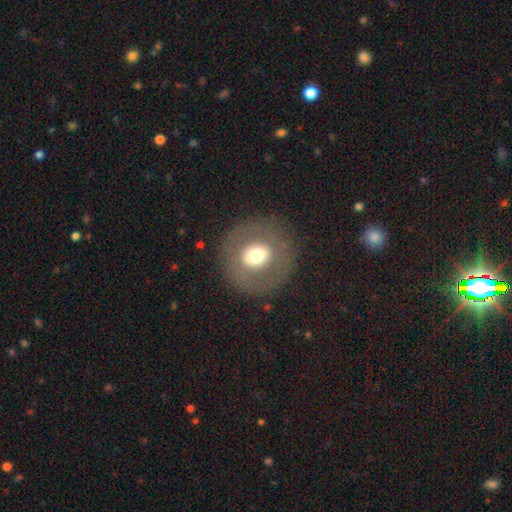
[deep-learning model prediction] Smooth or featured?
  - smooth: 55% *
  - featured or disk: 35%
  - star or artifact: 10%
How rounded?
  - round: 90% *
  - in between: 8%
  - cigar-shaped: 1%
Merging?
  - none: 83% *
  - minor disturbance: 8%
  - major disturbance: 7%
  - merger: 1%